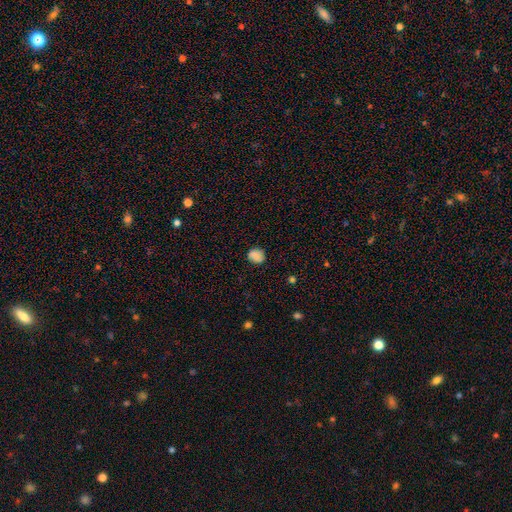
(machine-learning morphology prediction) smooth-or-featured: smooth: 84% | star or artifact: 10% | featured or disk: 6%
  how-rounded: round: 71% | in between: 28% | cigar-shaped: 1%
  merging: none: 80% | minor disturbance: 15% | major disturbance: 3% | merger: 1%